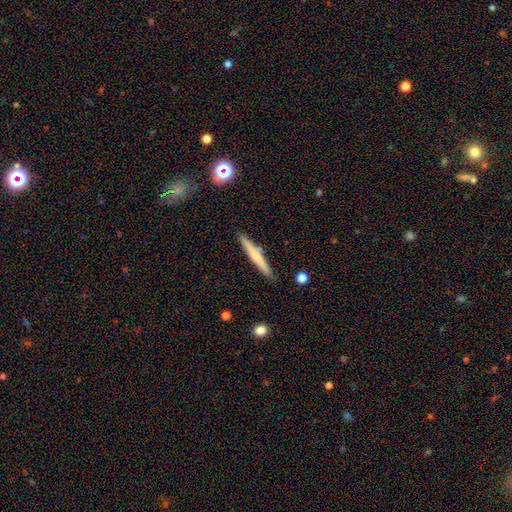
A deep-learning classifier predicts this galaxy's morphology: The model was most divided on "smooth or featured": smooth: 51%, featured or disk: 43%, star or artifact: 6%. More confident: how rounded — cigar-shaped (95%); merging — none (88%).